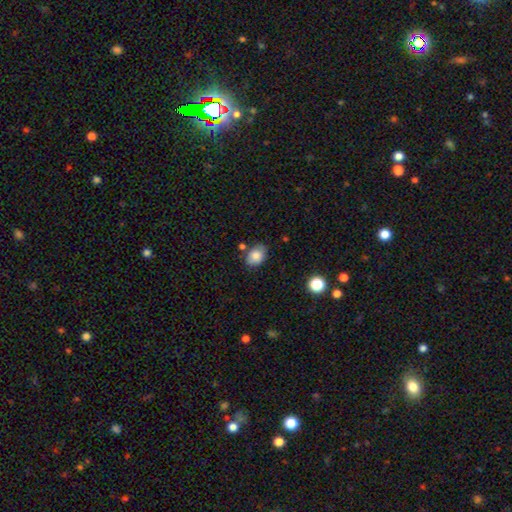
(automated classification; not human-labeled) smooth-or-featured: smooth: 80% | featured or disk: 11% | star or artifact: 9%
  how-rounded: in between: 73% | round: 26% | cigar-shaped: 1%
  merging: none: 70% | minor disturbance: 19% | merger: 7% | major disturbance: 4%